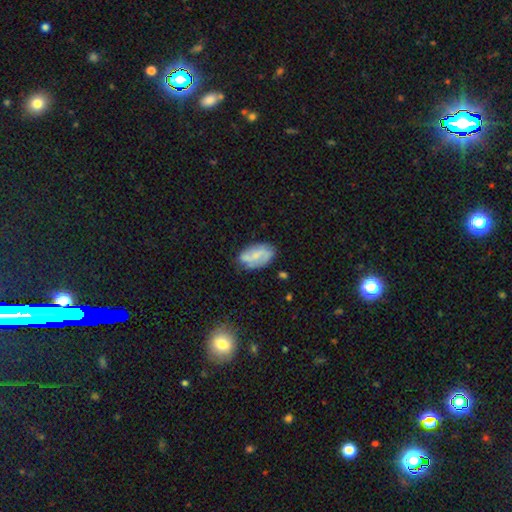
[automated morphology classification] Overall: featured or disk (61%; smooth 32%). Edge-on disk: no (96%). Bar: weak (46%; no 35%). Spiral arms: yes (85%). Bulge size: small (58%; moderate 24%). Merging: none (71%).